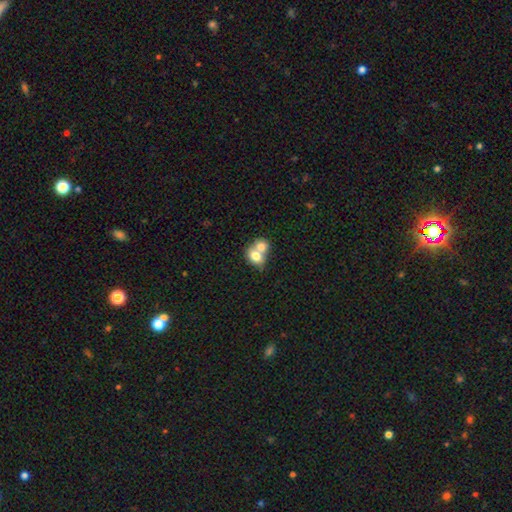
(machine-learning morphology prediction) smooth 74%, featured or disk 18%, star or artifact 8%. Down the decision tree: how rounded — in between (51%); merging — merger (73%).